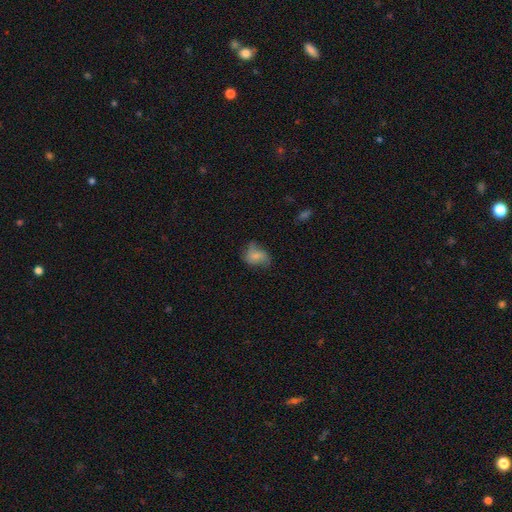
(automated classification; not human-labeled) Smooth or featured?
  - smooth: 63% *
  - featured or disk: 27%
  - star or artifact: 10%
How rounded?
  - in between: 74% *
  - round: 24%
  - cigar-shaped: 2%
Merging?
  - none: 44% *
  - minor disturbance: 33%
  - major disturbance: 20%
  - merger: 3%